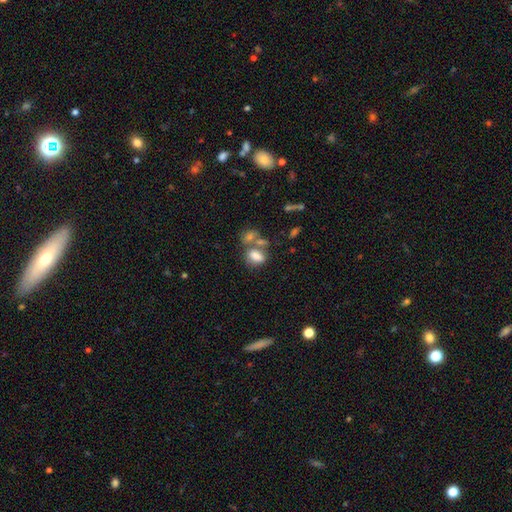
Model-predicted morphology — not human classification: type=smooth (76%); roundness=in between (82%); merging=merger (44%).